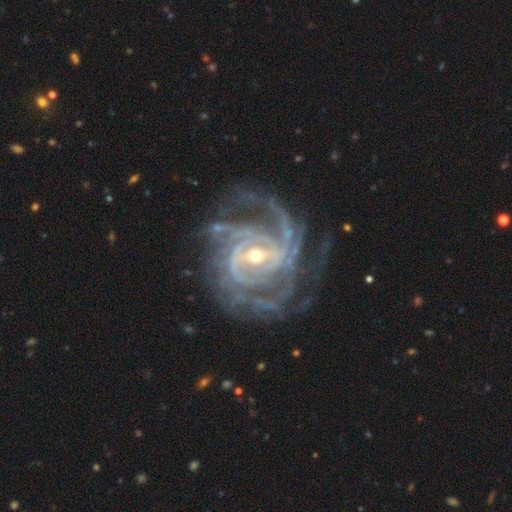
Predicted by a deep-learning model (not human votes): A featured or disk galaxy (92%) with a weak bar (41%), 4 (24%) tight (58%) spiral arms (98%) and a small central bulge (58%). Merging: none (67%).